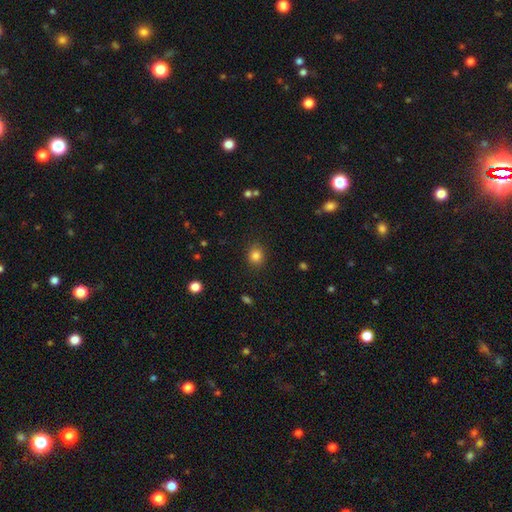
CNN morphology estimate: smooth_or_featured: smooth (p=0.84) [alt: star or artifact p=0.12]
how_rounded: round (p=0.76) [alt: in between p=0.23]
merging: none (p=0.88) [alt: minor disturbance p=0.08]